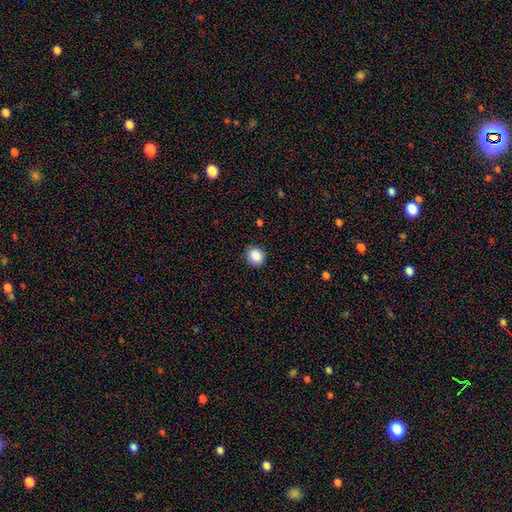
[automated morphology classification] Smooth or featured? Predicted: smooth (p=0.88). How rounded? Predicted: round (p=0.79). Merging? Predicted: none (p=0.88).